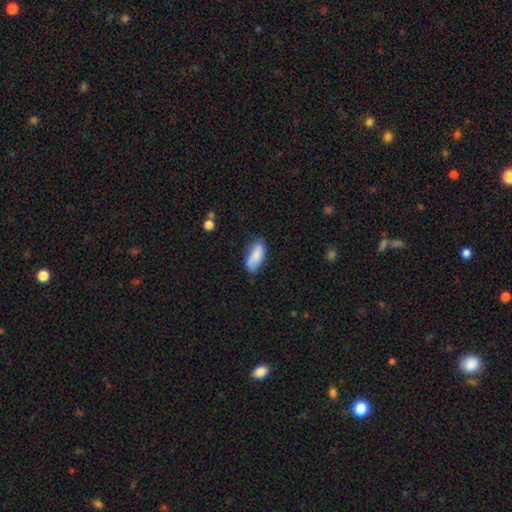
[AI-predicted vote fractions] Smooth or featured: smooth — 81% (featured or disk — 13%)
How rounded: in between — 84% (cigar-shaped — 14%)
Merging: none — 67% (minor disturbance — 25%)